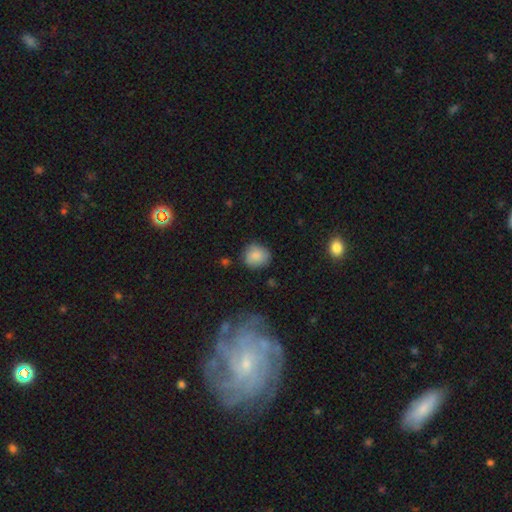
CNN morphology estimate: smooth_or_featured: smooth (p=0.83) [alt: featured or disk p=0.08]
how_rounded: round (p=0.79) [alt: in between p=0.20]
merging: none (p=0.78) [alt: minor disturbance p=0.16]